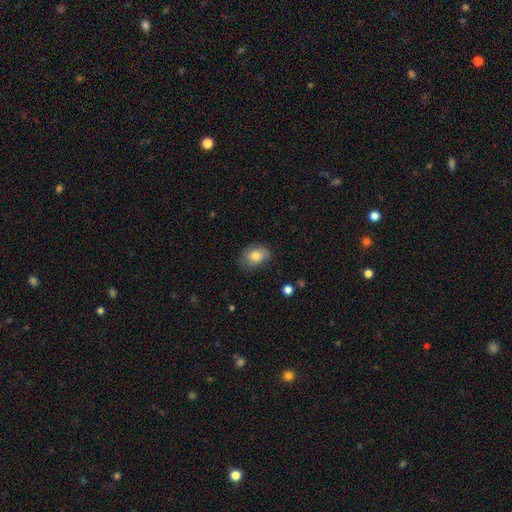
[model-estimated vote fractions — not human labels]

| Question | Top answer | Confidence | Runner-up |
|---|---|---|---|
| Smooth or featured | smooth | 74% | featured or disk (18%) |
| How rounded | in between | 75% | round (23%) |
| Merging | none | 68% | minor disturbance (24%) |